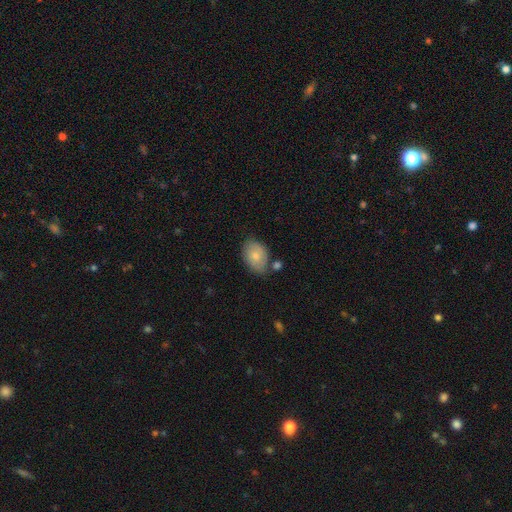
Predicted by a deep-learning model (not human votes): Smooth or featured?
  - smooth: 74% *
  - featured or disk: 19%
  - star or artifact: 7%
How rounded?
  - in between: 81% *
  - round: 18%
  - cigar-shaped: 1%
Merging?
  - none: 67% *
  - minor disturbance: 21%
  - merger: 8%
  - major disturbance: 4%